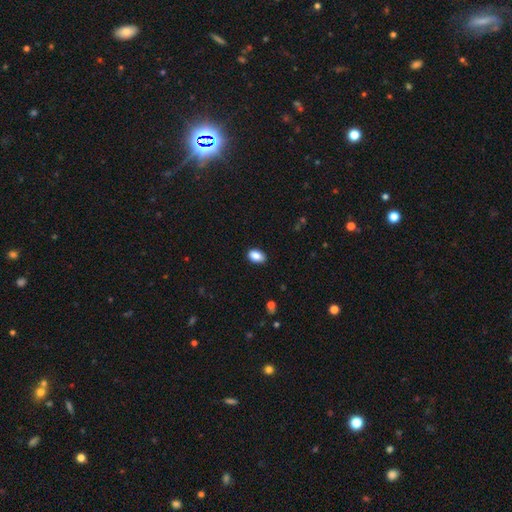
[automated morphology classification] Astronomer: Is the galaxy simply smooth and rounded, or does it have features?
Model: smooth — 87%.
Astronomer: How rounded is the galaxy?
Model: in between — 88%.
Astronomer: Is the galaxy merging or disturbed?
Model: none — 87%.